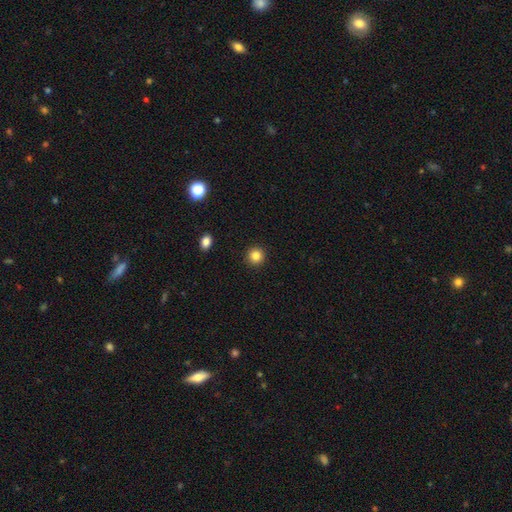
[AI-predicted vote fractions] Smooth or featured: smooth — 84% (star or artifact — 11%)
How rounded: round — 94% (in between — 5%)
Merging: none — 93% (minor disturbance — 5%)